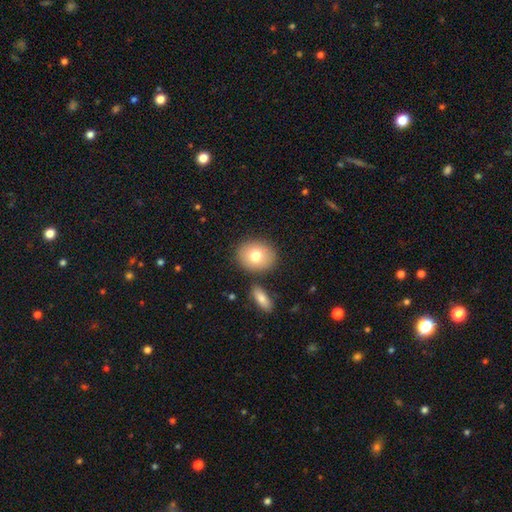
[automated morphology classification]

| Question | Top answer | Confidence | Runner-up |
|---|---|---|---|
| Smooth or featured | smooth | 76% | featured or disk (16%) |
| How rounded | round | 59% | in between (40%) |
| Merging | none | 79% | minor disturbance (9%) |